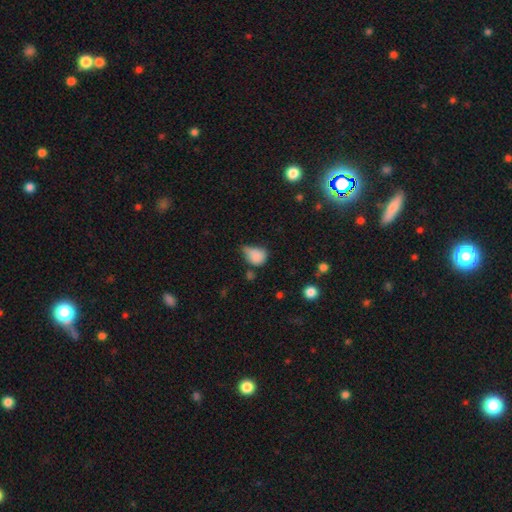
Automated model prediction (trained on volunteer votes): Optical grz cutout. It shows a smooth galaxy with no disk features (78%) that is in between round and cigar-shaped (56%). Merging: minor disturbance (45%).